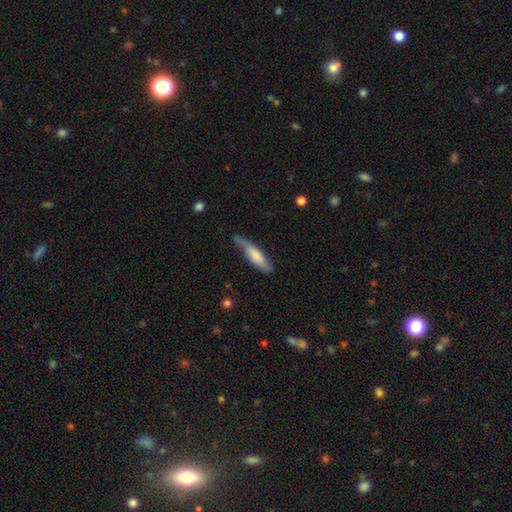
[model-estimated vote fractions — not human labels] Overall: smooth (68%). How rounded: cigar-shaped (70%). Merging: none (48%; minor disturbance 36%).